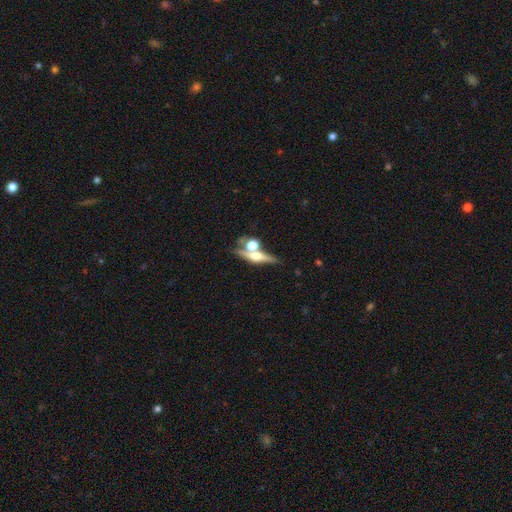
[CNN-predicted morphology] Smooth or featured? featured or disk (55%)
Edge-on disk? yes (83%)
Merging? none (49%)